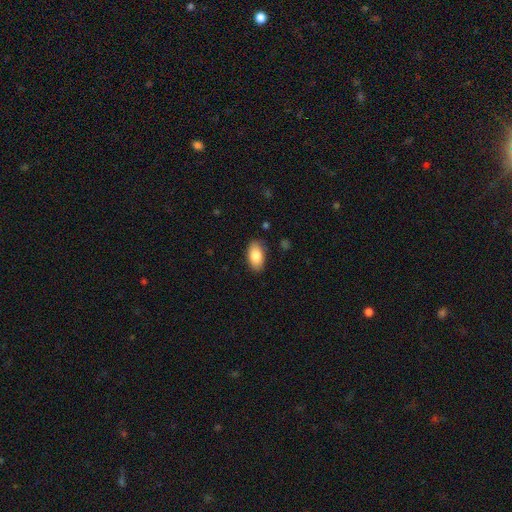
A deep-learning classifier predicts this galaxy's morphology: A smooth galaxy with no disk features (84%) that is in between round and cigar-shaped (93%). Merging: none (84%).